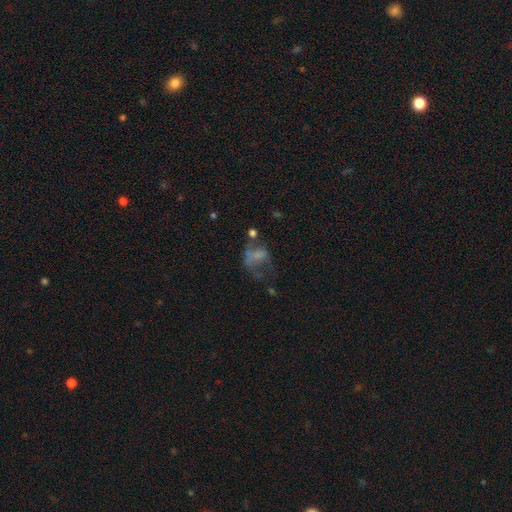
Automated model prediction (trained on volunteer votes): Q: Smooth or featured?
A: smooth (42%); runner-up: featured or disk (39%)
Q: Merging?
A: major disturbance (44%); runner-up: none (26%)